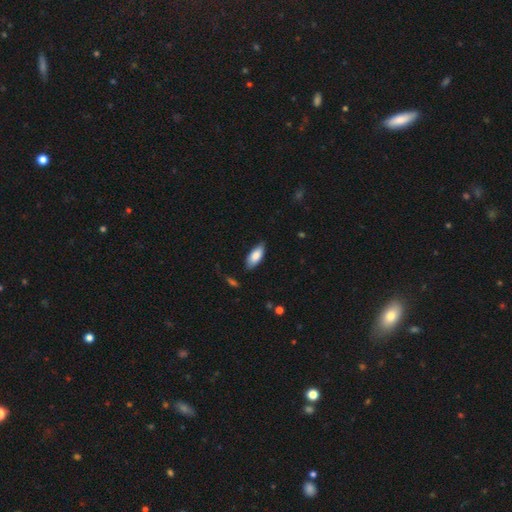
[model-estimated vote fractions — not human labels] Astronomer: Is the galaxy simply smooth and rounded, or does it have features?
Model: smooth — 84%.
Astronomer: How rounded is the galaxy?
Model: in between — 86%.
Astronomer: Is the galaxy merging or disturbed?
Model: none — 79%.